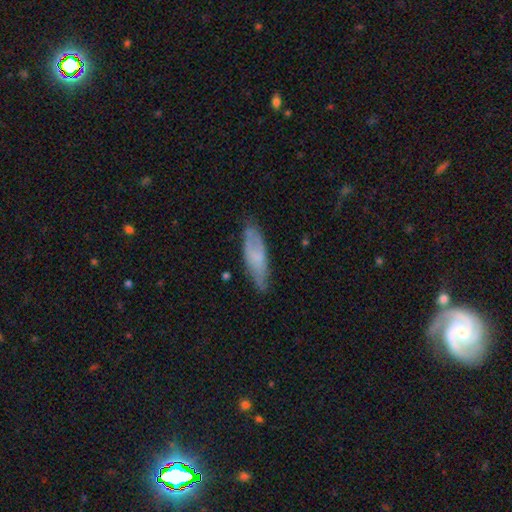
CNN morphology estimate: Smooth or featured?
  - smooth: 54% *
  - featured or disk: 38%
  - star or artifact: 7%
How rounded?
  - cigar-shaped: 55% *
  - in between: 43%
  - round: 2%
Merging?
  - none: 69% *
  - minor disturbance: 23%
  - major disturbance: 6%
  - merger: 2%